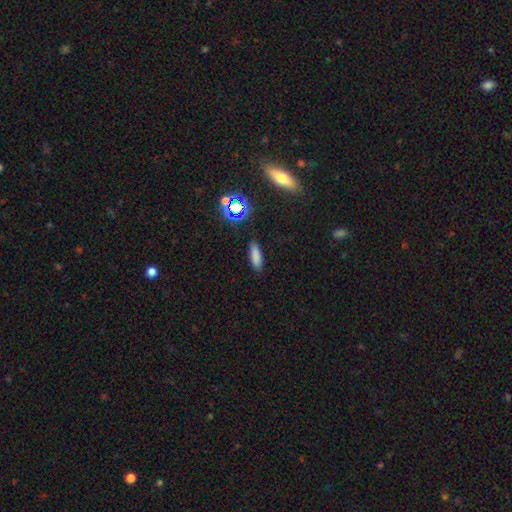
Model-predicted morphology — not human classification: smooth-or-featured: smooth: 78% | star or artifact: 15% | featured or disk: 7%
  how-rounded: cigar-shaped: 50% | in between: 48% | round: 3%
  merging: none: 87% | minor disturbance: 9% | major disturbance: 2% | merger: 1%